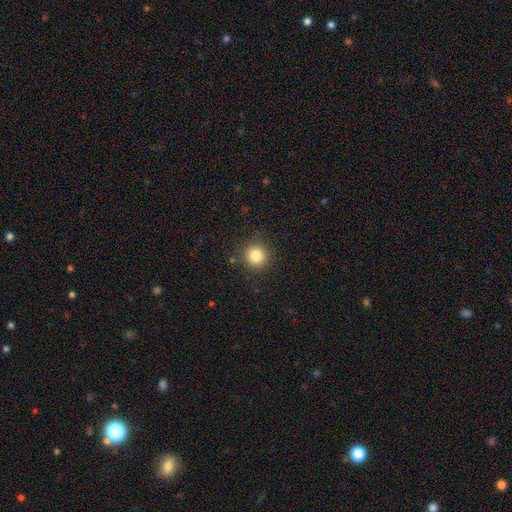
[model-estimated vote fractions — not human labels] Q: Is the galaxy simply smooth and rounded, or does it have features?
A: smooth — 83%.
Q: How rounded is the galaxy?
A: round — 93%.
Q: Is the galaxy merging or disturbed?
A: none — 88%.